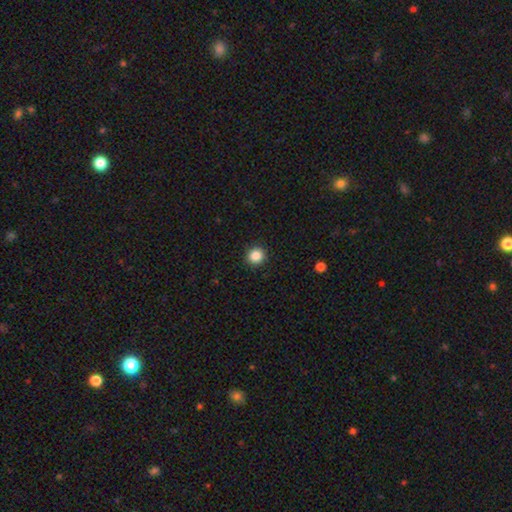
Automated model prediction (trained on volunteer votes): A smooth galaxy with no disk features (86%) that is round (92%). Merging: none (93%).